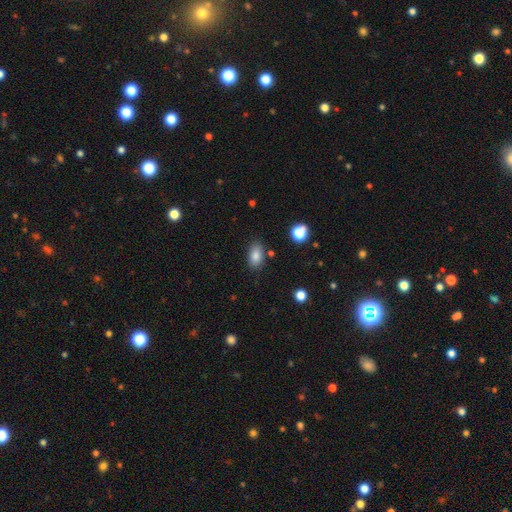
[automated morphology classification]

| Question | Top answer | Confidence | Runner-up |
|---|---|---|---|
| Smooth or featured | smooth | 83% | star or artifact (10%) |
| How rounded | in between | 89% | round (9%) |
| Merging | none | 80% | minor disturbance (13%) |